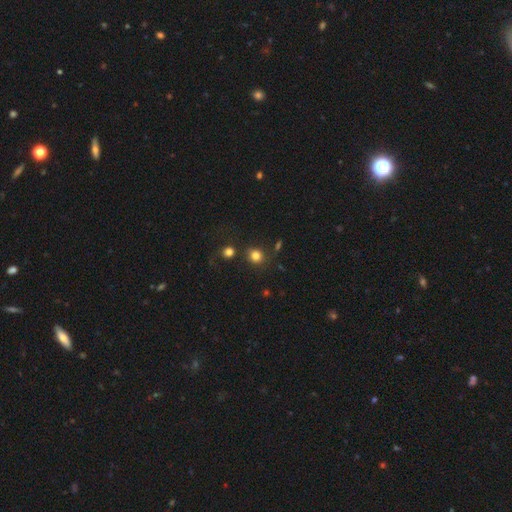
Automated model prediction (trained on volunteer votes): smooth 81%, star or artifact 13%, featured or disk 6%. Down the decision tree: how rounded — round (82%); merging — none (77%).